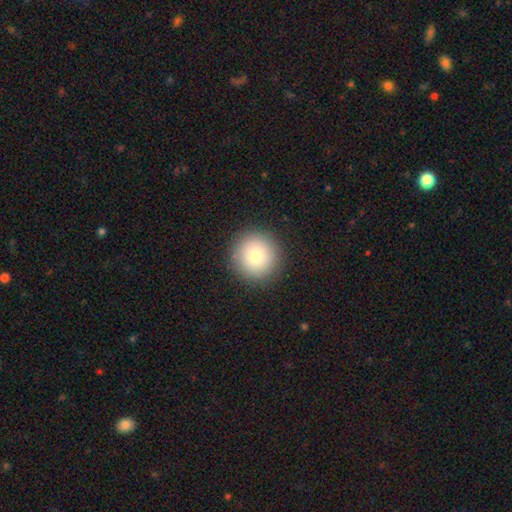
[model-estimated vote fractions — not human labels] Smooth or featured? smooth (80%)
How rounded? round (95%)
Merging? none (91%)